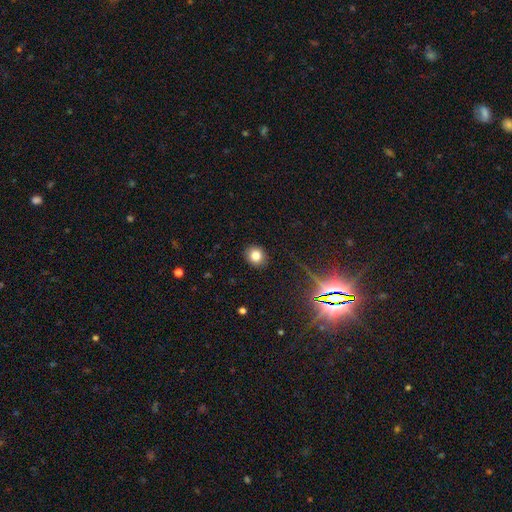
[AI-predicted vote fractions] A smooth galaxy with no disk features (80%) that is round (75%).

Vote fractions:
- Smooth or featured? smooth: 80% / star or artifact: 14% / featured or disk: 7%
- How rounded? round: 75% / in between: 24% / cigar-shaped: 1%
- Merging? none: 90% / minor disturbance: 7% / major disturbance: 2% / merger: 1%